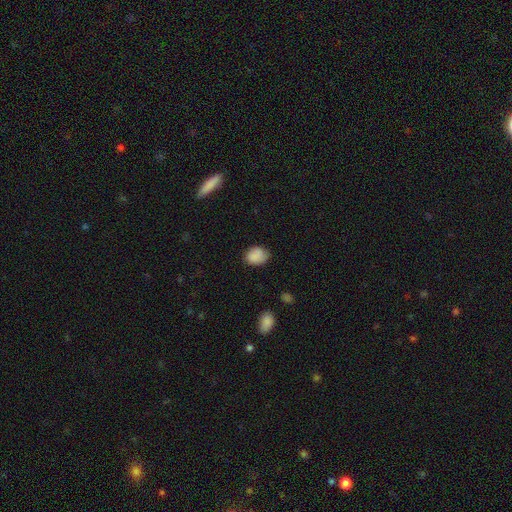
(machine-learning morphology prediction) type=smooth (86%); roundness=in between (61%); merging=none (73%).